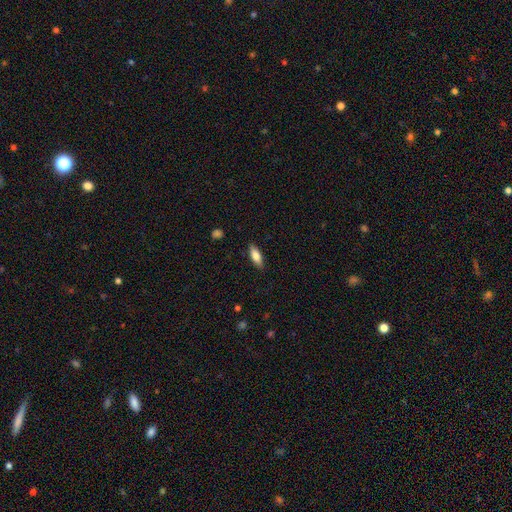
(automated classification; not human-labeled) Morphology: type=smooth (77%); roundness=in between (68%); merging=none (87%).